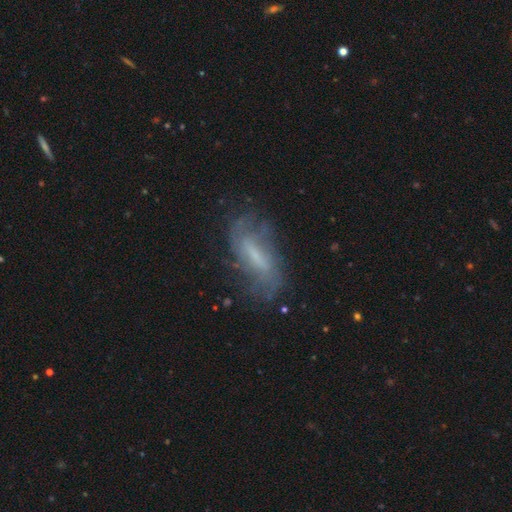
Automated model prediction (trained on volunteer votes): Morphology: type=featured or disk (60%); edge-on=no (82%); merging=none (62%).